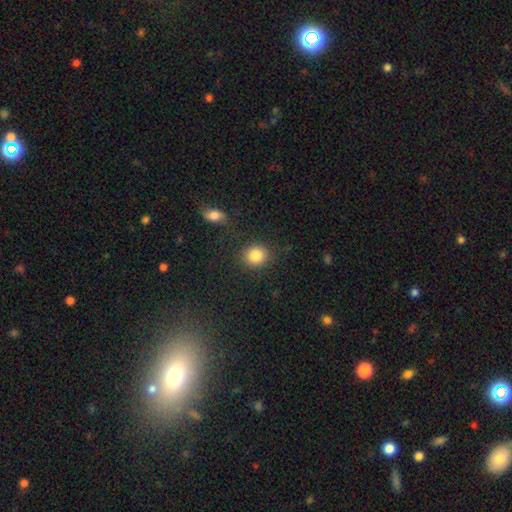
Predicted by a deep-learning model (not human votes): Smooth or featured?
  - smooth: 86% *
  - star or artifact: 9%
  - featured or disk: 5%
How rounded?
  - round: 78% *
  - in between: 21%
  - cigar-shaped: 1%
Merging?
  - none: 83% *
  - minor disturbance: 9%
  - merger: 4%
  - major disturbance: 4%